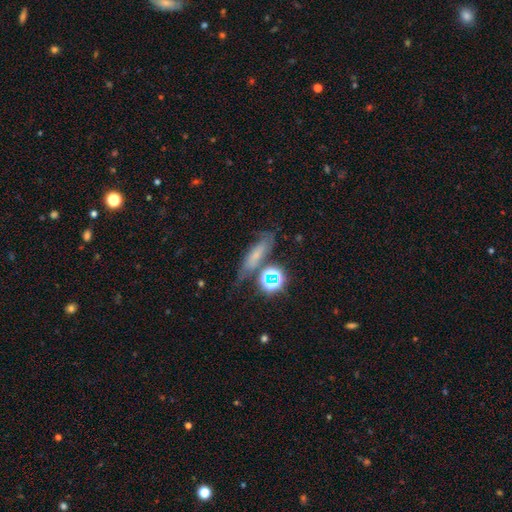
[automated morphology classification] smooth-or-featured: smooth: 44% | featured or disk: 33% | star or artifact: 23%
  merging: none: 54% | minor disturbance: 22% | merger: 12% | major disturbance: 12%